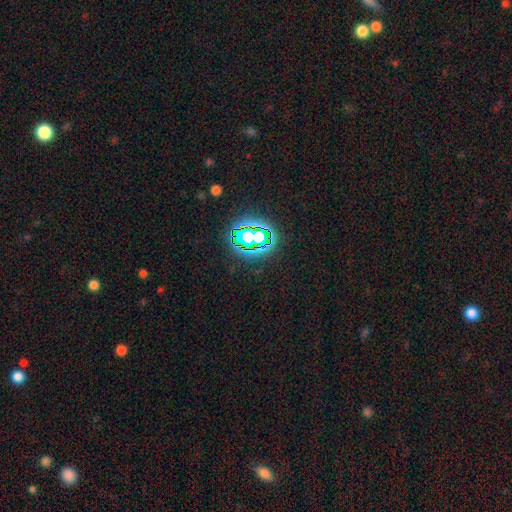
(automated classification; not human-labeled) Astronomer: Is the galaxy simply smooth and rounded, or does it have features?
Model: star or artifact — 75%.